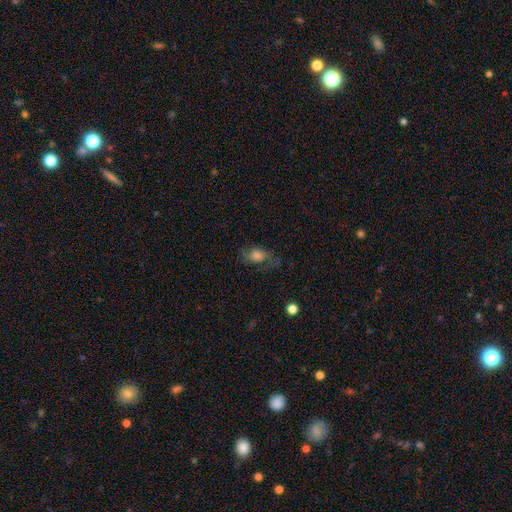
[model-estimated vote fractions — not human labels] smooth-or-featured: smooth: 54% | featured or disk: 33% | star or artifact: 13%
  how-rounded: in between: 74% | round: 23% | cigar-shaped: 3%
  merging: none: 50% | minor disturbance: 24% | major disturbance: 24% | merger: 2%